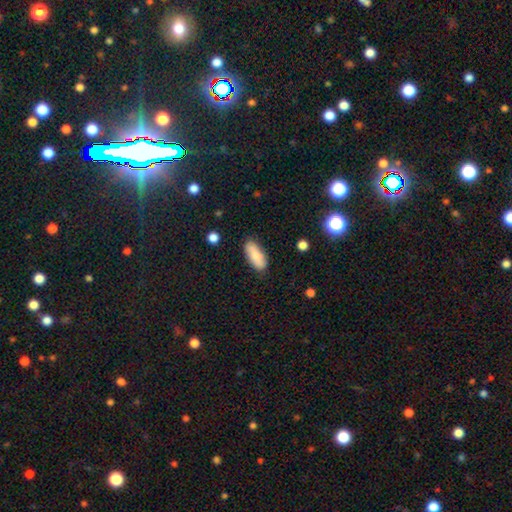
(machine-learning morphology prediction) smooth-or-featured: smooth: 77% | featured or disk: 16% | star or artifact: 7%
  how-rounded: in between: 81% | cigar-shaped: 17% | round: 2%
  merging: none: 80% | minor disturbance: 15% | major disturbance: 3% | merger: 2%